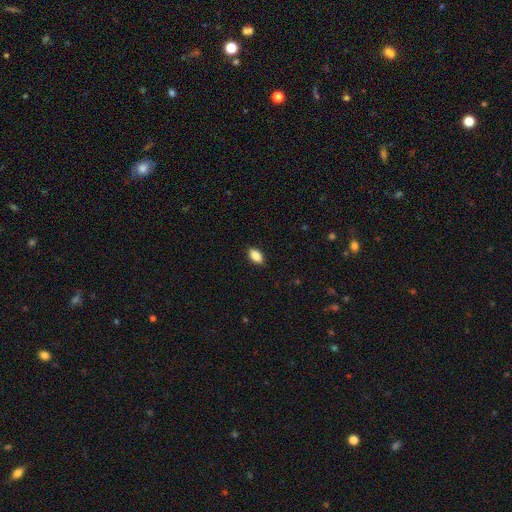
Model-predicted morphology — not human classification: Smooth or featured?
  - smooth: 85% *
  - featured or disk: 8%
  - star or artifact: 7%
How rounded?
  - in between: 90% *
  - cigar-shaped: 6%
  - round: 5%
Merging?
  - none: 88% *
  - minor disturbance: 9%
  - major disturbance: 2%
  - merger: 1%